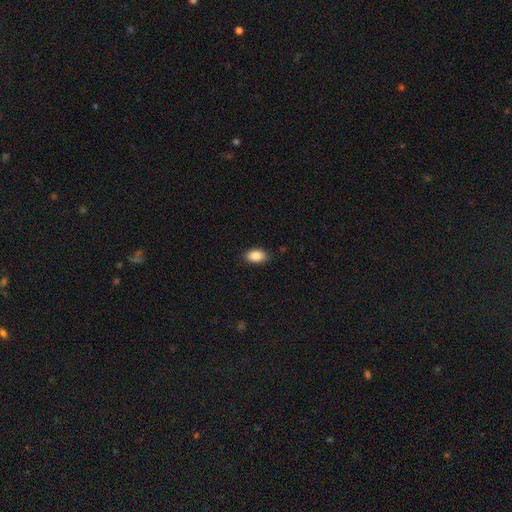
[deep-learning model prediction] This appears to be a smooth galaxy with no disk features (88%) that is in between round and cigar-shaped (91%). Merging: none (84%).